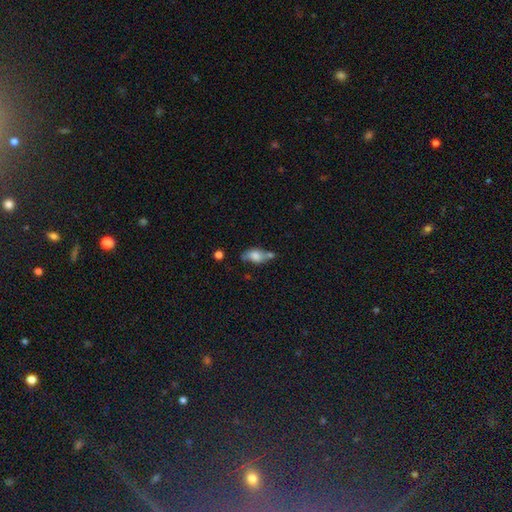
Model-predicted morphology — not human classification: Smooth or featured?
  - smooth: 61% *
  - featured or disk: 30%
  - star or artifact: 9%
How rounded?
  - in between: 82% *
  - cigar-shaped: 10%
  - round: 8%
Merging?
  - none: 46% *
  - minor disturbance: 23%
  - merger: 23%
  - major disturbance: 9%